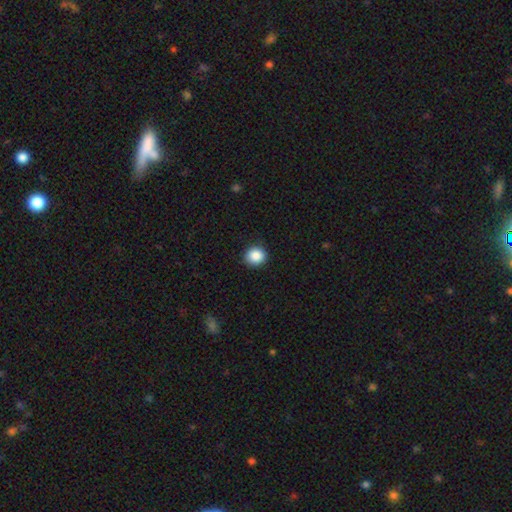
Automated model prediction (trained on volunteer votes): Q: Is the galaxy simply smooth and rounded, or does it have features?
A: smooth — 88%.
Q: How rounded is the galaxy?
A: round — 87%.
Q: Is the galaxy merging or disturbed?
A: none — 89%.